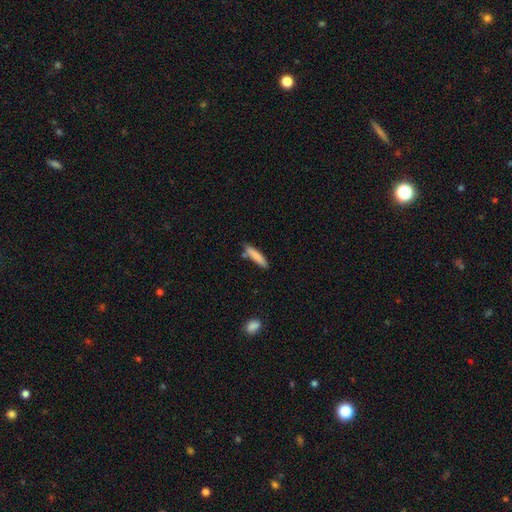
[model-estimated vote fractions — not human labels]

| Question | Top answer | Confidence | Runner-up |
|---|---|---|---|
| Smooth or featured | smooth | 80% | featured or disk (14%) |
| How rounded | cigar-shaped | 86% | in between (13%) |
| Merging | none | 73% | minor disturbance (16%) |